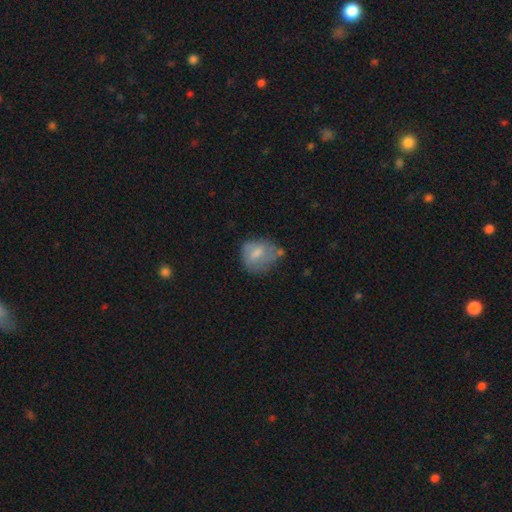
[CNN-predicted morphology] The model was most divided on "merging": none: 44%, minor disturbance: 33%, major disturbance: 16%, merger: 7%. More confident: smooth or featured — smooth (61%); how rounded — round (55%).